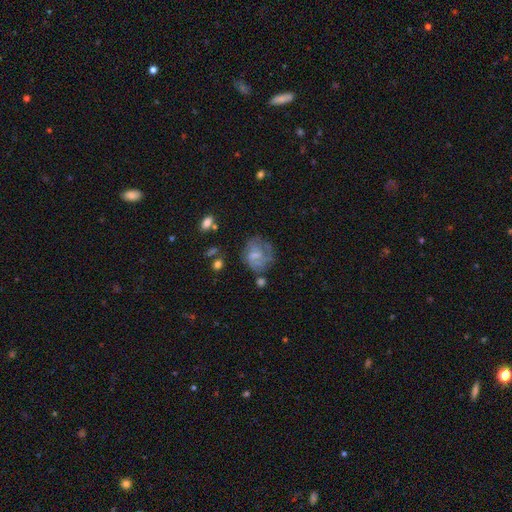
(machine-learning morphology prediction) Smooth or featured? Predicted: featured or disk (p=0.64). Edge-on disk? Predicted: no (p=0.98). Bar? Predicted: weak (p=0.51). Spiral arms? Predicted: yes (p=0.78). Bulge size? Predicted: small (p=0.39). Merging? Predicted: none (p=0.53).